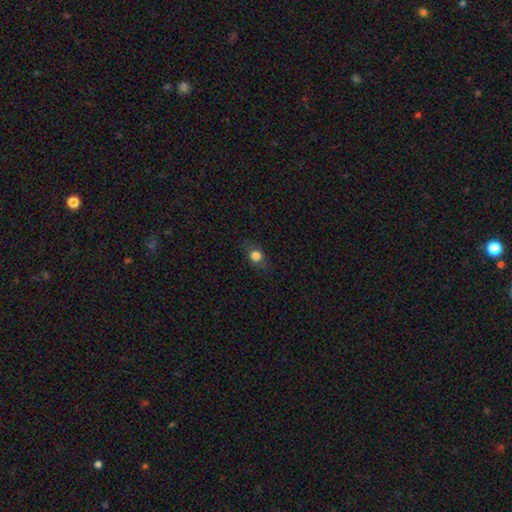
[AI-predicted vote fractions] This is likely a smooth galaxy (77%). How rounded: possibly round (51%). Merging: clearly none (81%).